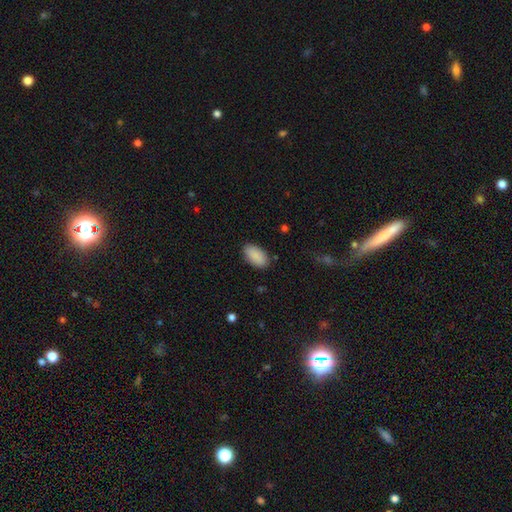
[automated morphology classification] Smooth or featured?
  - smooth: 90% *
  - star or artifact: 6%
  - featured or disk: 4%
How rounded?
  - in between: 95% *
  - round: 3%
  - cigar-shaped: 2%
Merging?
  - none: 87% *
  - minor disturbance: 9%
  - major disturbance: 2%
  - merger: 1%